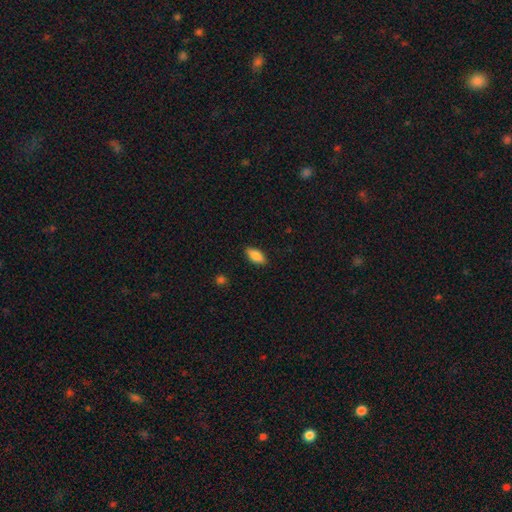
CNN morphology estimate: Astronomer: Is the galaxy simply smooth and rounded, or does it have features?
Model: smooth — 85%.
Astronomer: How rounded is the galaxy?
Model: in between — 87%.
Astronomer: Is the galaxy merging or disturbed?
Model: none — 86%.